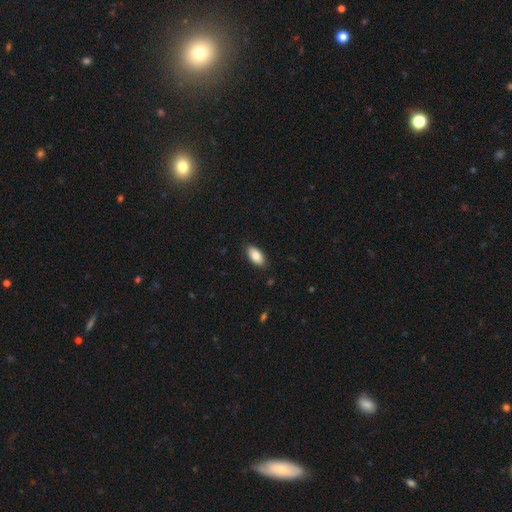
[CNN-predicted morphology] Overall: smooth (85%). How rounded: in between (92%). Merging: none (87%).